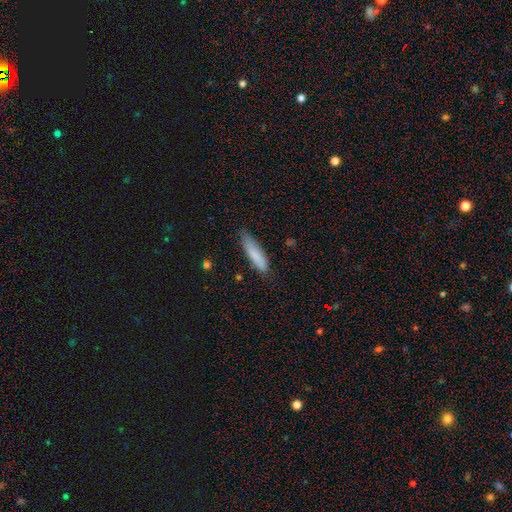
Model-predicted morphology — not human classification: type=smooth (82%); roundness=cigar-shaped (72%); merging=none (71%).